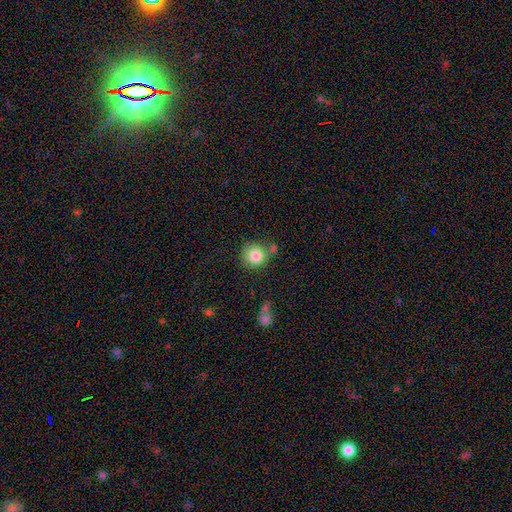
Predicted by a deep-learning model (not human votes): Smooth or featured?
  - smooth: 84% *
  - star or artifact: 9%
  - featured or disk: 8%
How rounded?
  - round: 92% *
  - in between: 7%
  - cigar-shaped: 1%
Merging?
  - none: 66% *
  - minor disturbance: 16%
  - merger: 13%
  - major disturbance: 5%